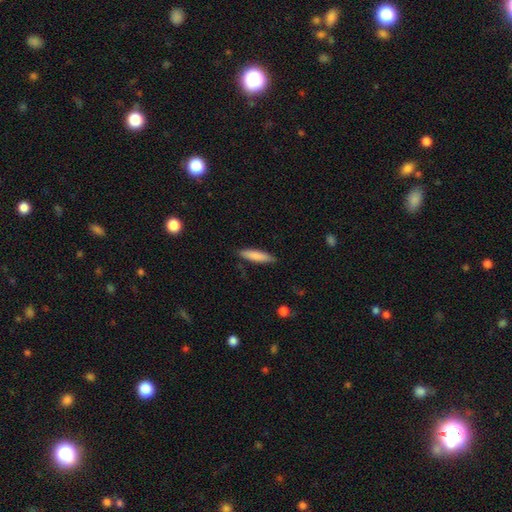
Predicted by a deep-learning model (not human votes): This appears to be a smooth galaxy with no disk features (82%) that is cigar-shaped (77%). Merging: none (86%).